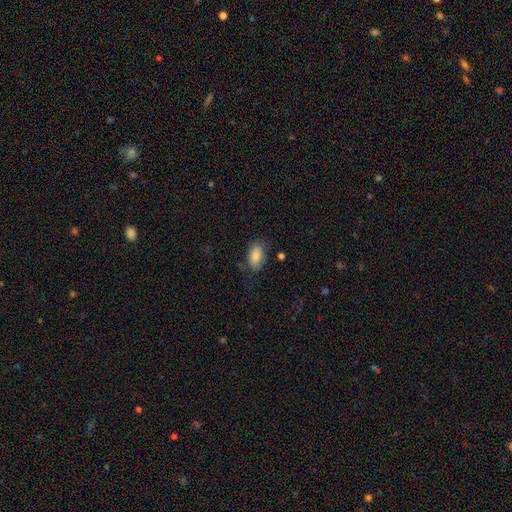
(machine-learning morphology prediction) type=smooth (83%); roundness=in between (93%); merging=none (68%).